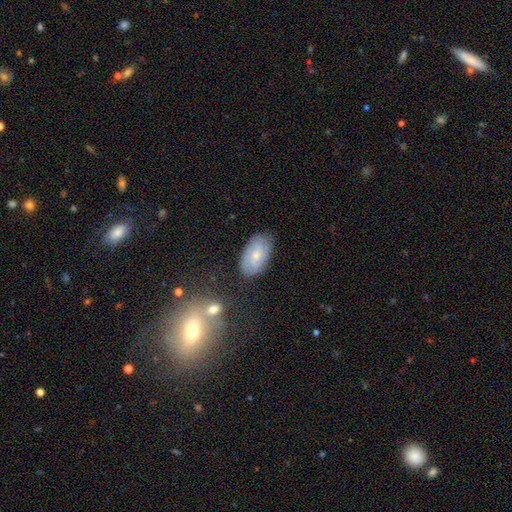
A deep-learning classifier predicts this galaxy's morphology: A featured or disk galaxy (49%). Merging: none (77%).